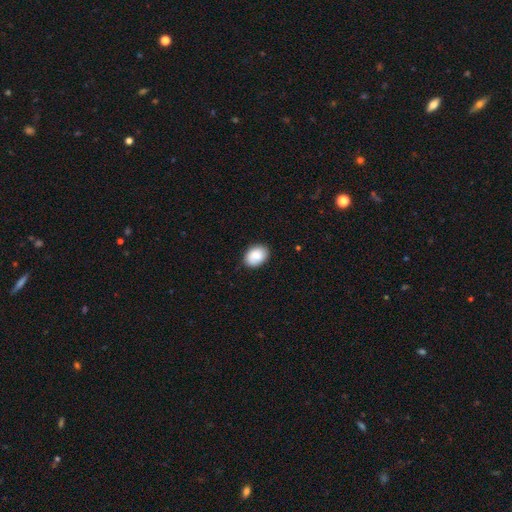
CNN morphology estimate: Smooth or featured?
  - smooth: 85% *
  - featured or disk: 8%
  - star or artifact: 7%
How rounded?
  - in between: 71% *
  - round: 28%
  - cigar-shaped: 1%
Merging?
  - none: 85% *
  - minor disturbance: 11%
  - major disturbance: 2%
  - merger: 1%